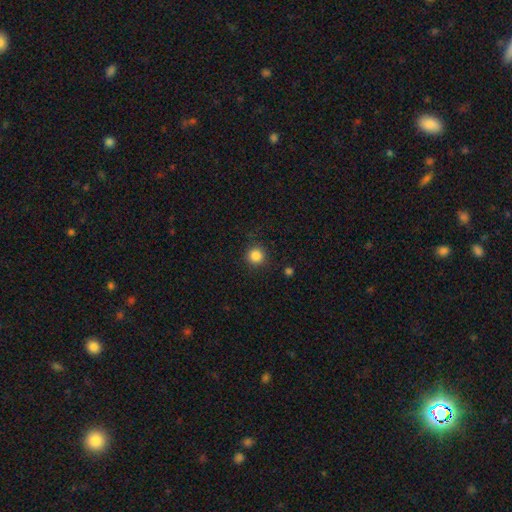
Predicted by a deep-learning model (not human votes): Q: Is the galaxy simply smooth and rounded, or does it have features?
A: smooth — 85%.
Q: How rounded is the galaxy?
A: round — 95%.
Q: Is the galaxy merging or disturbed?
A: none — 90%.